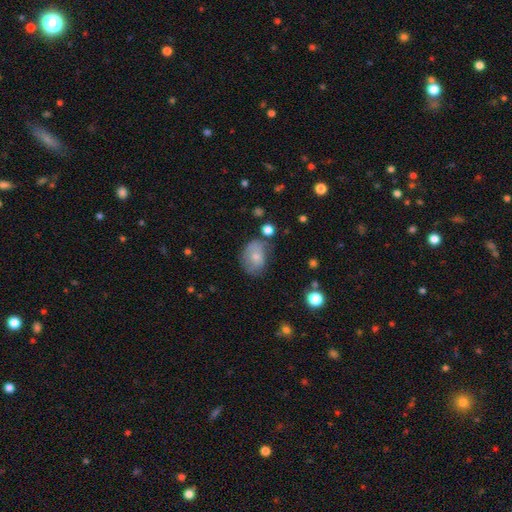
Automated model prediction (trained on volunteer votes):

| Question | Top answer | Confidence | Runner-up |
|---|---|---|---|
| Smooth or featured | smooth | 67% | featured or disk (24%) |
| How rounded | in between | 65% | round (34%) |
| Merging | none | 51% | minor disturbance (32%) |